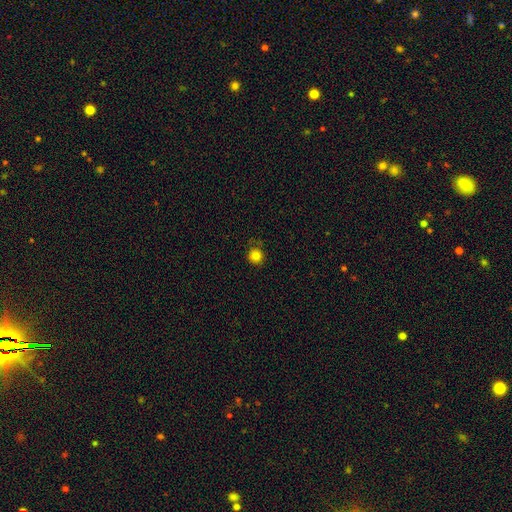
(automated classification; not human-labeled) Overall: smooth (82%). How rounded: round (92%). Merging: none (78%).